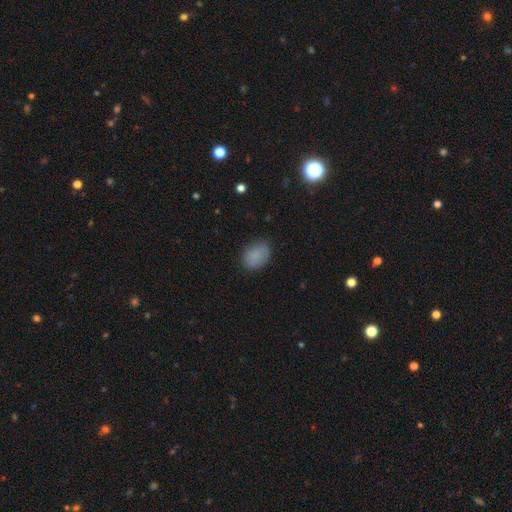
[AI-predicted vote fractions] smooth 85%, star or artifact 9%, featured or disk 6%. Down the decision tree: how rounded — in between (78%); merging — none (77%).